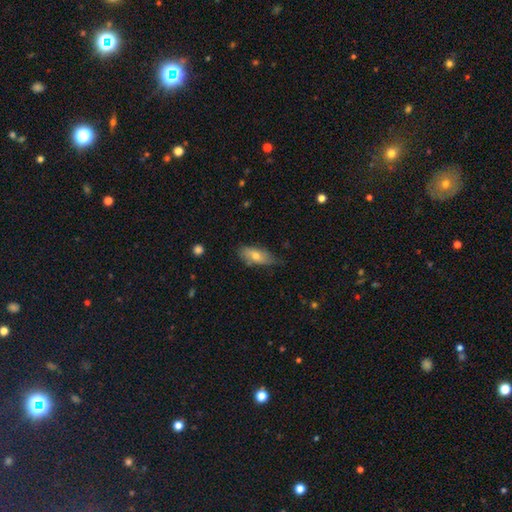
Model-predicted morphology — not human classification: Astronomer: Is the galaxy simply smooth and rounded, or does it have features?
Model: smooth — 69%.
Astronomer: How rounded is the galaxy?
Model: in between — 83%.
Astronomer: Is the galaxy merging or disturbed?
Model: none — 61%.